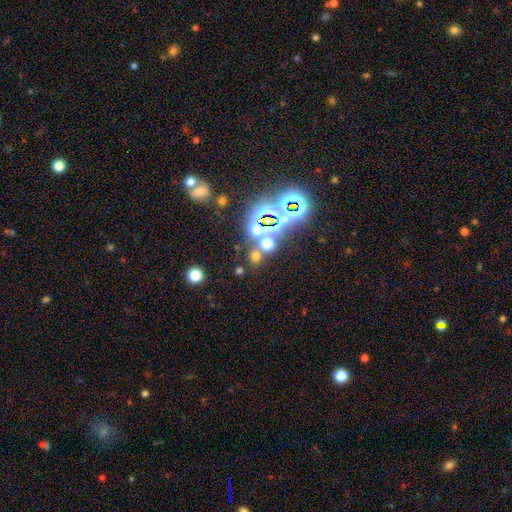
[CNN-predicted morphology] This is possibly a smooth galaxy (49%). Merging: likely none (73%).